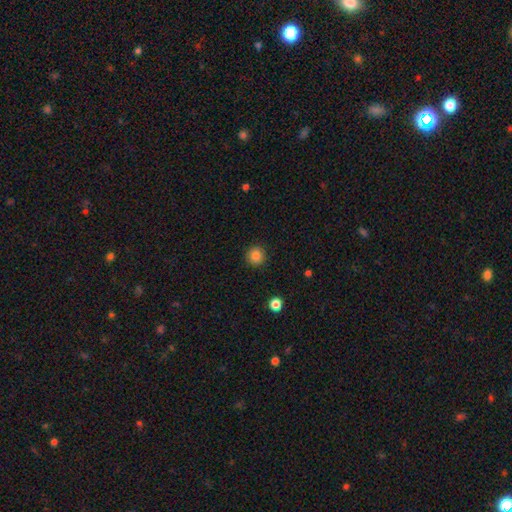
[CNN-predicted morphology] A smooth galaxy with no disk features (85%) that is round (94%).

Vote fractions:
- Smooth or featured? smooth: 85% / star or artifact: 11% / featured or disk: 4%
- How rounded? round: 94% / in between: 5% / cigar-shaped: 1%
- Merging? none: 92% / minor disturbance: 5% / major disturbance: 2% / merger: 1%